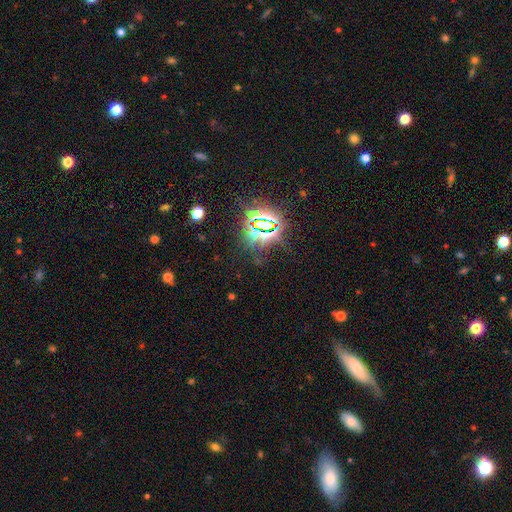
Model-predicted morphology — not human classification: The model was most divided on "smooth or featured": star or artifact: 78%, smooth: 13%, featured or disk: 9%.